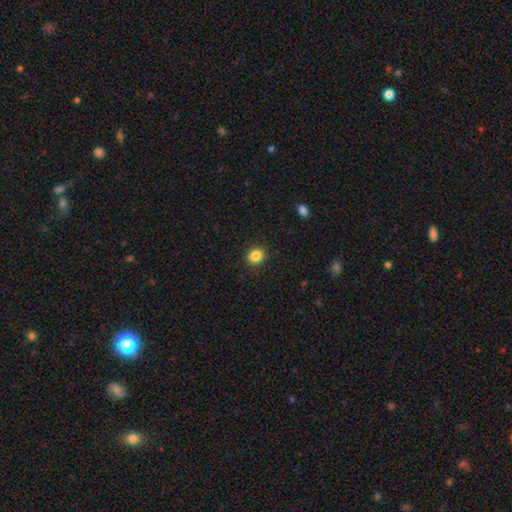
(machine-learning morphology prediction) This is clearly a smooth galaxy (85%). How rounded: likely round (74%). Merging: clearly none (90%).